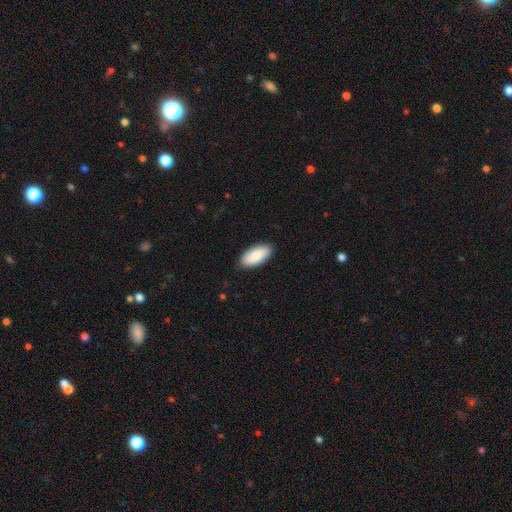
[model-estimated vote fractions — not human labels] A smooth galaxy with no disk features (84%) that is in between round and cigar-shaped (91%).

Vote fractions:
- Smooth or featured? smooth: 84% / featured or disk: 11% / star or artifact: 5%
- How rounded? in between: 91% / cigar-shaped: 7% / round: 2%
- Merging? none: 88% / minor disturbance: 10% / major disturbance: 2% / merger: 1%